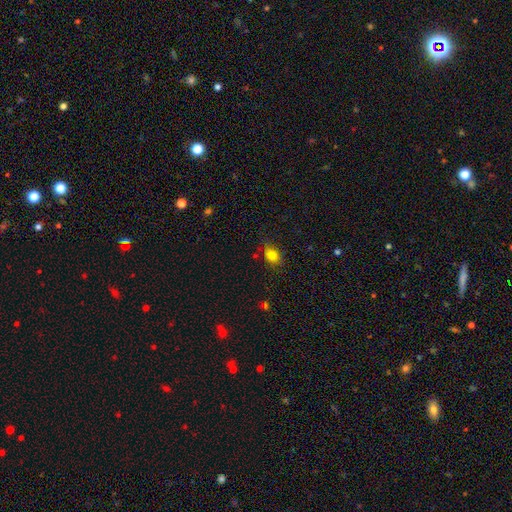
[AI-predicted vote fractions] smooth_or_featured: smooth (p=0.80) [alt: star or artifact p=0.12]
how_rounded: in between (p=0.65) [alt: round p=0.33]
merging: none (p=0.74) [alt: minor disturbance p=0.20]